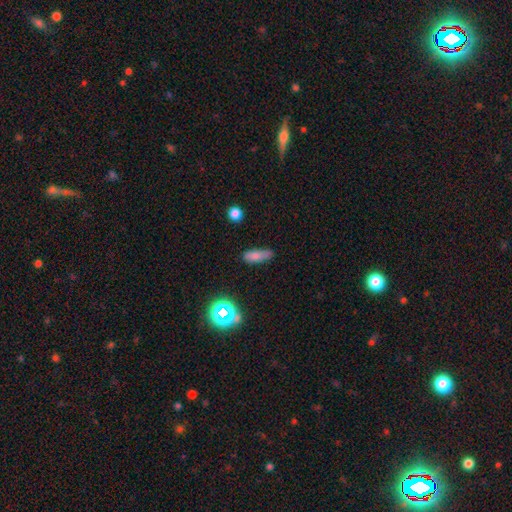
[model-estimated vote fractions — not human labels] Smooth or featured?
  - smooth: 74% *
  - featured or disk: 13%
  - star or artifact: 13%
How rounded?
  - in between: 56% *
  - cigar-shaped: 39%
  - round: 5%
Merging?
  - none: 60% *
  - minor disturbance: 29%
  - major disturbance: 8%
  - merger: 3%